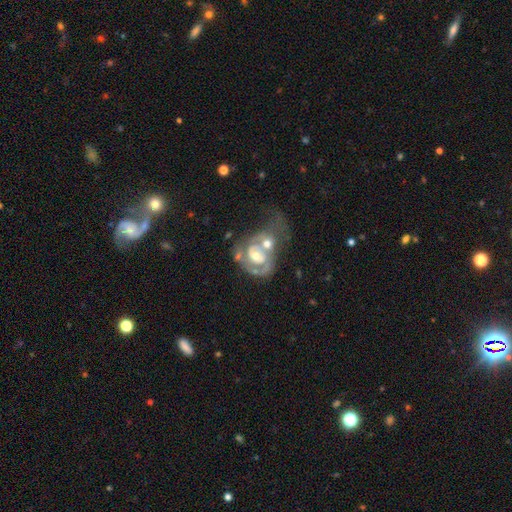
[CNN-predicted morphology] A featured or disk galaxy (80%) with no bar (52%), 2 (51%) tight (46%) spiral arms (79%) and a moderate central bulge (64%).

Vote fractions:
- Smooth or featured? featured or disk: 80% / smooth: 14% / star or artifact: 6%
- Edge-on disk? no: 97% / yes: 3%
- Bar? no: 52% / weak: 35% / strong: 13%
- Spiral arms? yes: 79% / no: 21%
- Spiral winding? tight: 46% / medium: 37% / loose: 17%
- Spiral arm count? 2: 51% / 1: 23% / can't tell: 20% / 3: 3% / 4: 1% / more than 4: 1%
- Bulge size? moderate: 64% / small: 25% / large: 7% / none: 3% / dominant: 1%
- Merging? merger: 58% / major disturbance: 17% / none: 16% / minor disturbance: 10%